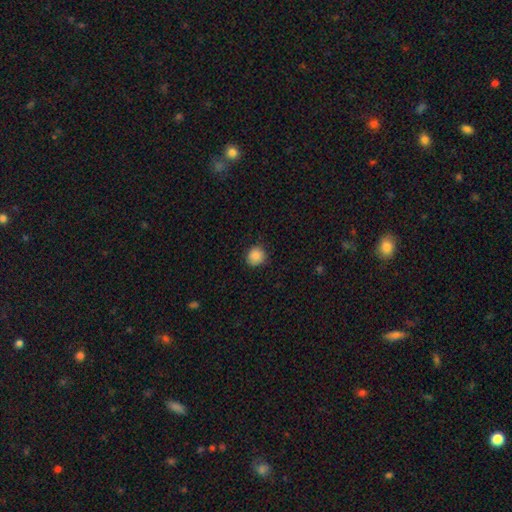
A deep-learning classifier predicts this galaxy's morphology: A smooth galaxy with no disk features (88%) that is round (86%).

Vote fractions:
- Smooth or featured? smooth: 88% / star or artifact: 9% / featured or disk: 3%
- How rounded? round: 86% / in between: 13% / cigar-shaped: 1%
- Merging? none: 84% / minor disturbance: 12% / major disturbance: 2% / merger: 1%